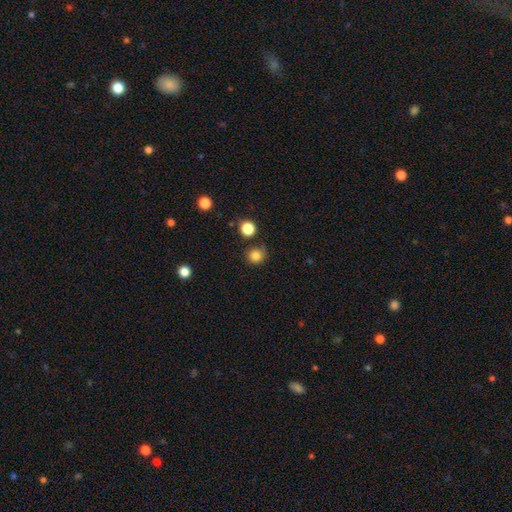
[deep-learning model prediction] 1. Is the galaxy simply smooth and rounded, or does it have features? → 83% smooth, 13% star or artifact, 5% featured or disk.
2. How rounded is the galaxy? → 90% round, 9% in between, 1% cigar-shaped.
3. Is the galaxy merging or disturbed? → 78% none, 13% minor disturbance, 5% merger, 4% major disturbance.